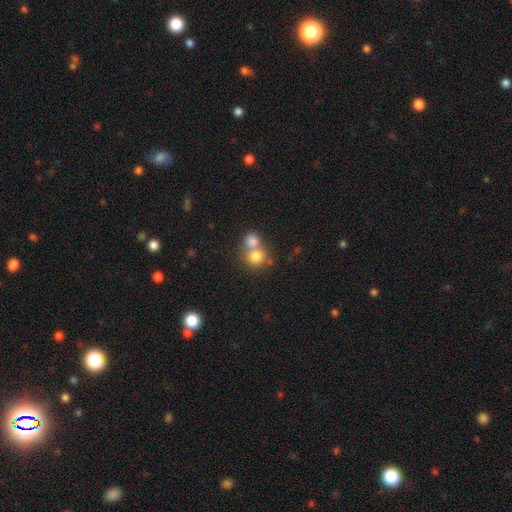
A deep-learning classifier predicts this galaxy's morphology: Overall: smooth (78%). How rounded: round (85%). Merging: merger (54%; none 37%).